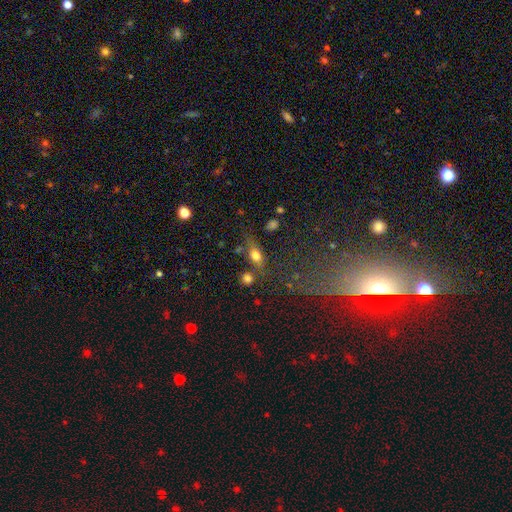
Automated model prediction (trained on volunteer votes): This appears to be a smooth galaxy with no disk features (73%) that is in between round and cigar-shaped (71%). Merging: none (61%).